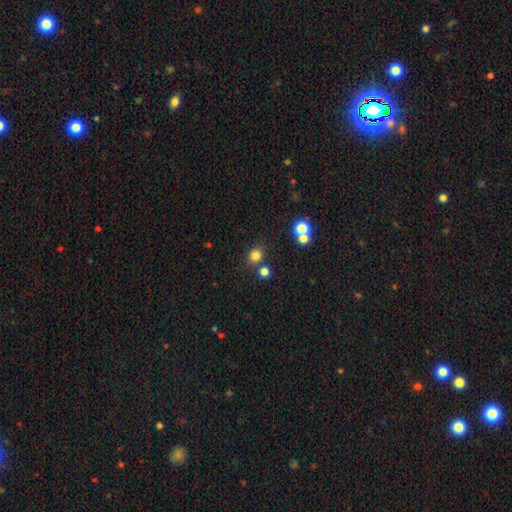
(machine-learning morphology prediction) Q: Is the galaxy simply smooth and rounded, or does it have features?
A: smooth — 79%.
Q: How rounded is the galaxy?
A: round — 76%.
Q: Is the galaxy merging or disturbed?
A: none — 76%.